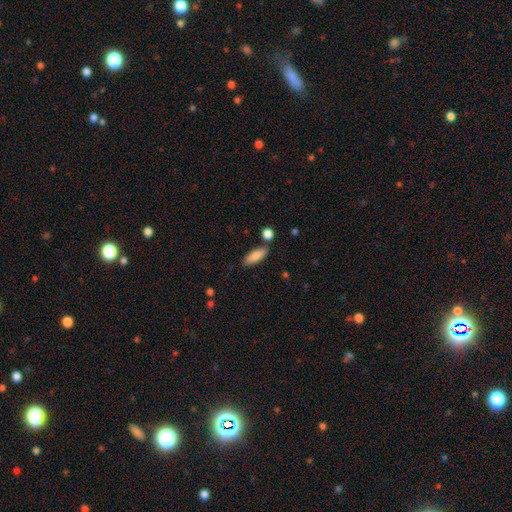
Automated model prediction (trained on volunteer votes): This appears to be a smooth galaxy with no disk features (84%) that is in between round and cigar-shaped (68%). Merging: none (80%).